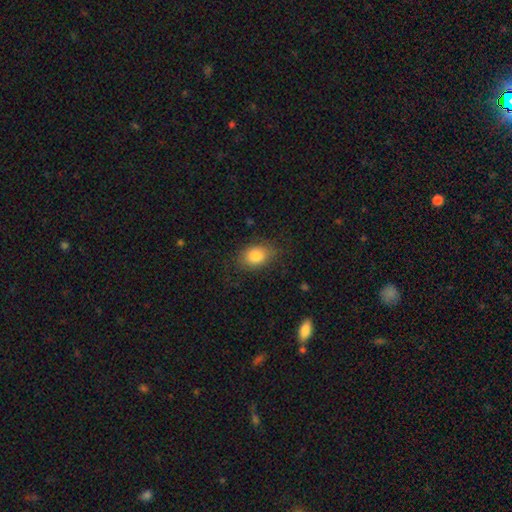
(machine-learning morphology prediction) Q: Smooth or featured?
A: smooth (82%); runner-up: featured or disk (10%)
Q: How rounded?
A: in between (75%); runner-up: round (24%)
Q: Merging?
A: none (75%); runner-up: minor disturbance (17%)